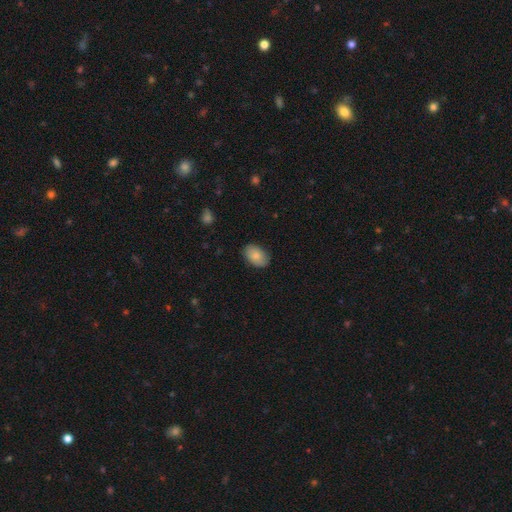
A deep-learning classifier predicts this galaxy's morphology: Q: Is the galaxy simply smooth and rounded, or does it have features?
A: smooth — 85%.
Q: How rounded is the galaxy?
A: in between — 89%.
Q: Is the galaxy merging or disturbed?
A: none — 84%.